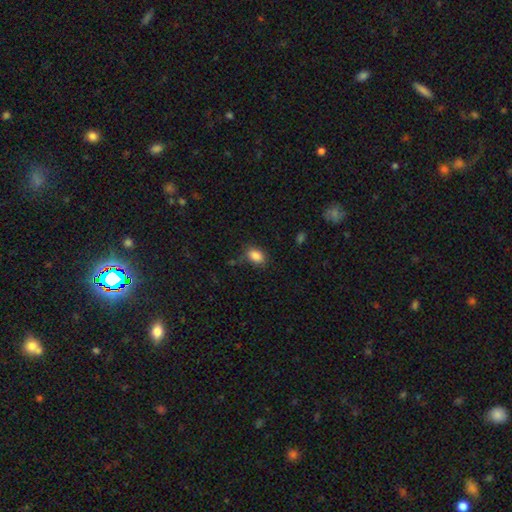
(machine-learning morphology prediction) smooth 86%, star or artifact 9%, featured or disk 5%. Down the decision tree: how rounded — in between (82%); merging — none (77%).